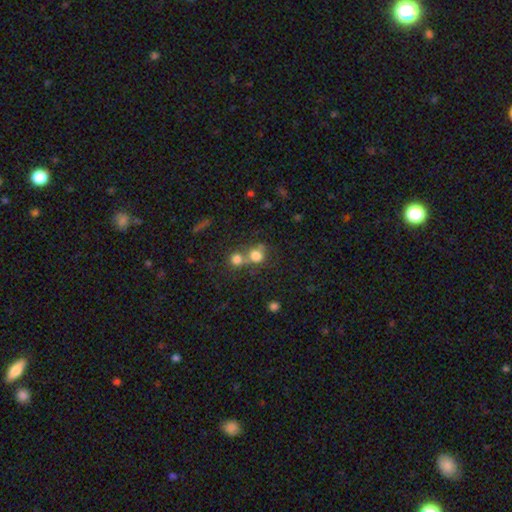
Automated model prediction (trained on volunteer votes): This is likely a smooth galaxy (74%). How rounded: likely round (79%). Merging: possibly merger (49%).